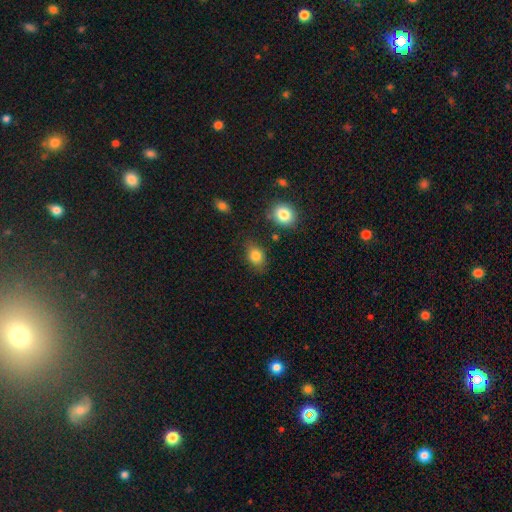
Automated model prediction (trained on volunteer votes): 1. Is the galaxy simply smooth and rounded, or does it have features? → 83% smooth, 10% star or artifact, 7% featured or disk.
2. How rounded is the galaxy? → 66% in between, 33% round, 1% cigar-shaped.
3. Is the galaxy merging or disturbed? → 76% none, 17% minor disturbance, 4% major disturbance, 3% merger.